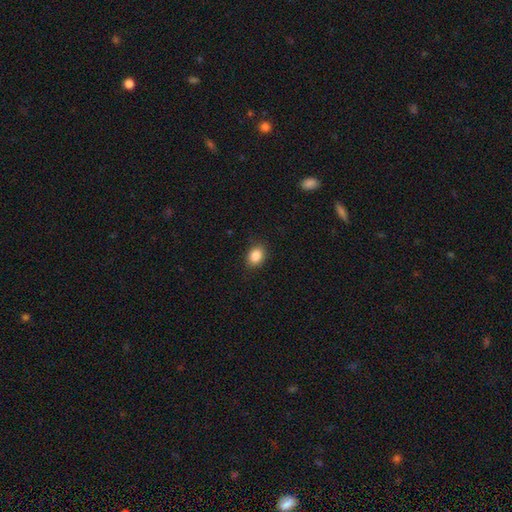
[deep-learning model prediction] Morphology: type=smooth (87%); roundness=in between (66%); merging=none (86%).